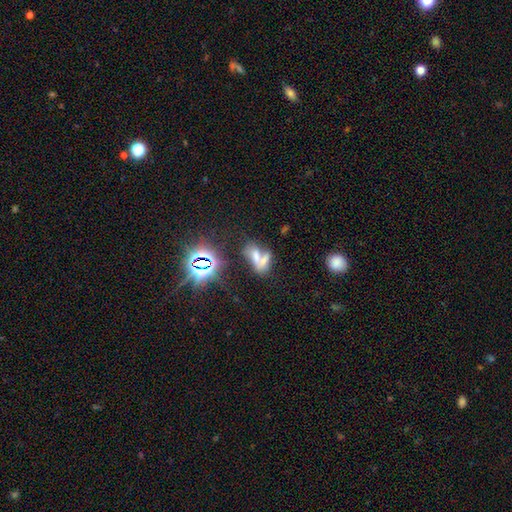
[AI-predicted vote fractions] A smooth galaxy with no disk features (51%) that is in between round and cigar-shaped (79%). Merging: merger (67%).